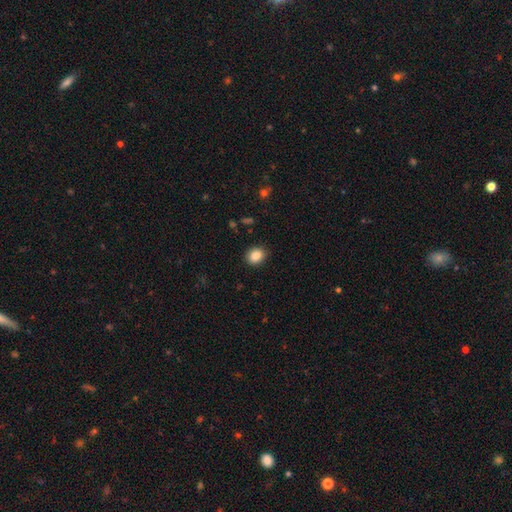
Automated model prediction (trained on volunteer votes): Smooth or featured? Predicted: smooth (p=0.88). How rounded? Predicted: round (p=0.55). Merging? Predicted: none (p=0.88).